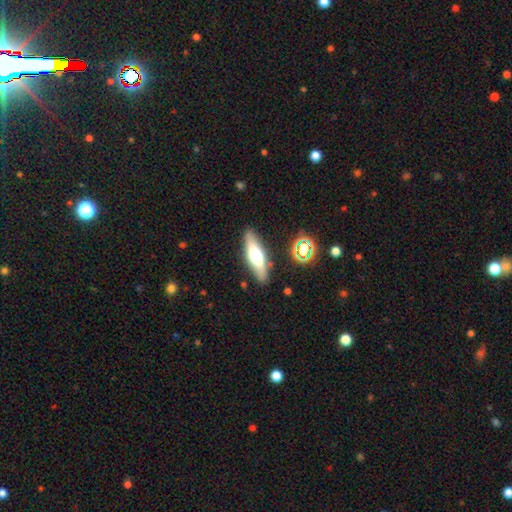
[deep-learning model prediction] smooth_or_featured: smooth (p=0.48) [alt: featured or disk p=0.44]
merging: none (p=0.86) [alt: minor disturbance p=0.10]